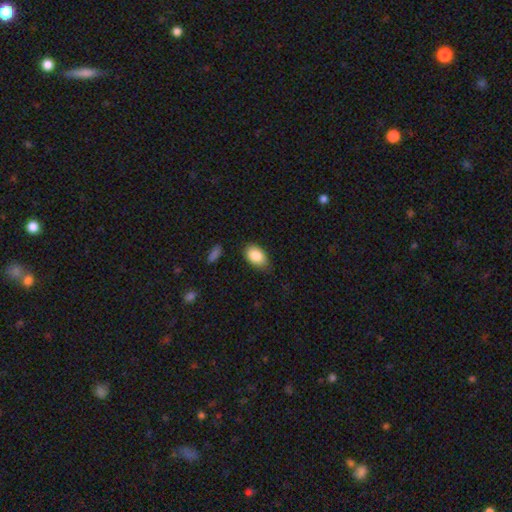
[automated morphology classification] Smooth or featured: smooth — 86% (star or artifact — 7%)
How rounded: in between — 89% (round — 10%)
Merging: none — 78% (minor disturbance — 18%)